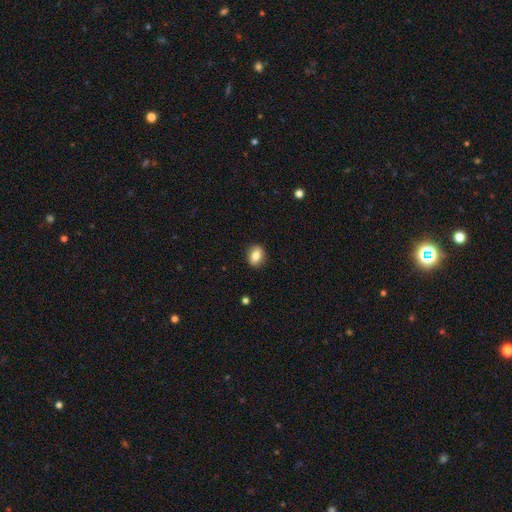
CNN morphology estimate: Smooth or featured: smooth — 78% (featured or disk — 13%)
How rounded: in between — 60% (round — 38%)
Merging: none — 88% (minor disturbance — 8%)